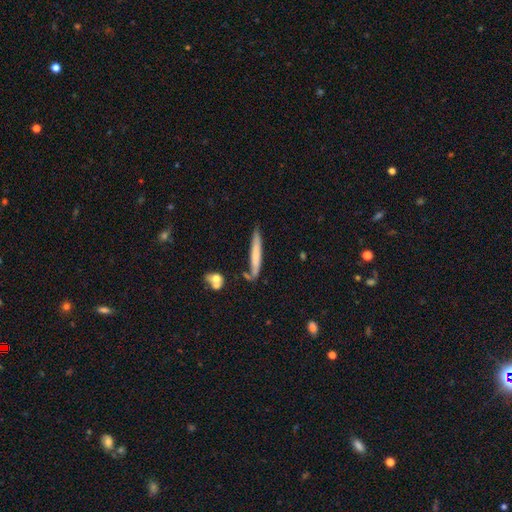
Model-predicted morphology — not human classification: smooth_or_featured: smooth (p=0.62) [alt: featured or disk p=0.32]
how_rounded: cigar-shaped (p=0.94) [alt: in between p=0.04]
merging: none (p=0.68) [alt: minor disturbance p=0.20]